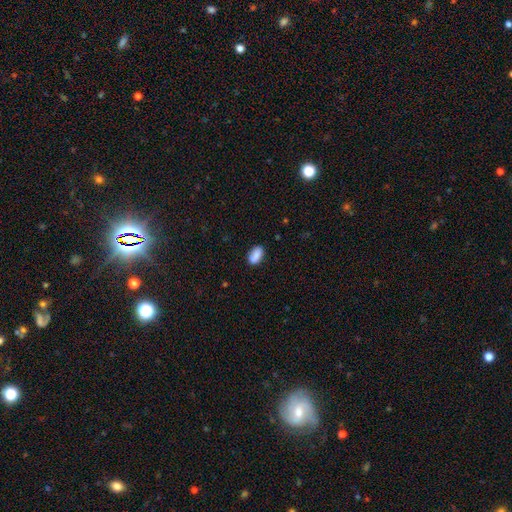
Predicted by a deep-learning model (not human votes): A smooth galaxy with no disk features (85%) that is in between round and cigar-shaped (89%). Merging: none (76%).